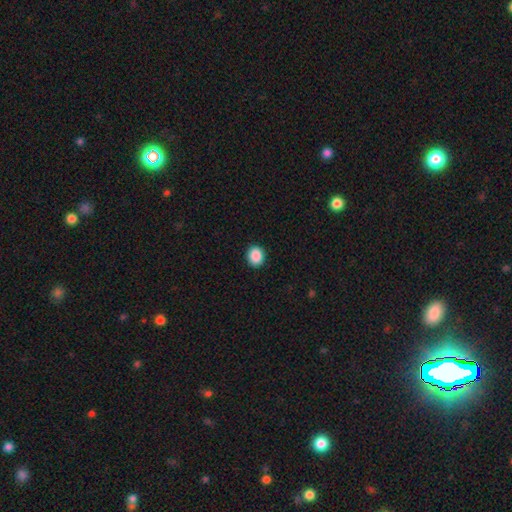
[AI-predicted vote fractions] A smooth galaxy with no disk features (89%) that is round (65%).

Vote fractions:
- Smooth or featured? smooth: 89% / star or artifact: 8% / featured or disk: 2%
- How rounded? round: 65% / in between: 34% / cigar-shaped: 1%
- Merging? none: 91% / minor disturbance: 6% / major disturbance: 2% / merger: 1%